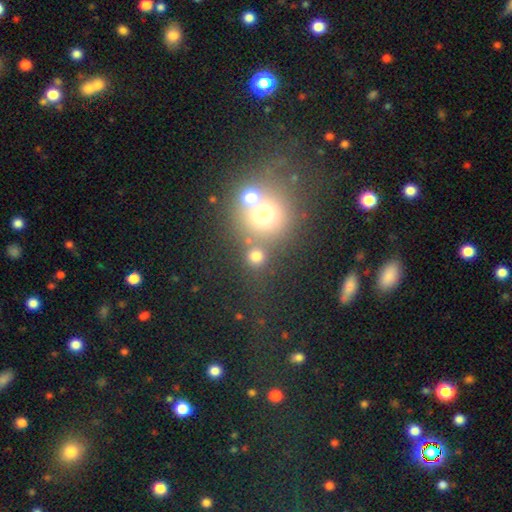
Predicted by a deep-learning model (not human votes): smooth_or_featured: smooth (p=0.71) [alt: star or artifact p=0.21]
how_rounded: round (p=0.88) [alt: in between p=0.11]
merging: none (p=0.66) [alt: merger p=0.22]